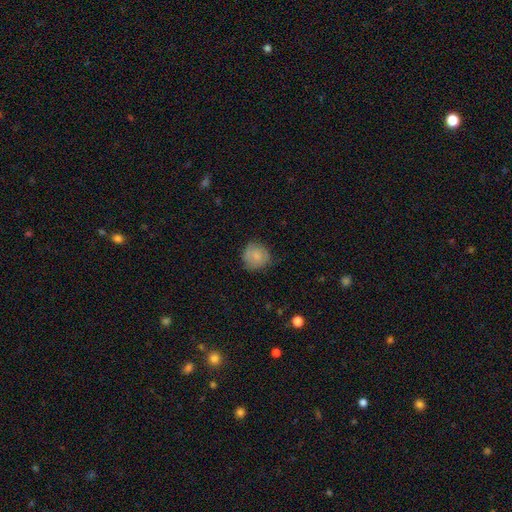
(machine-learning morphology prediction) Smooth or featured? smooth (75%)
How rounded? round (89%)
Merging? none (71%)